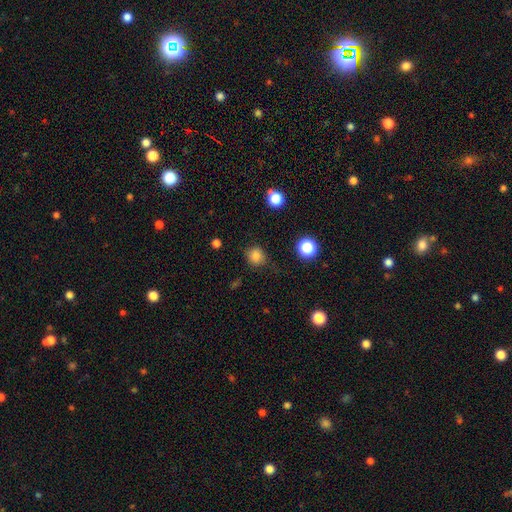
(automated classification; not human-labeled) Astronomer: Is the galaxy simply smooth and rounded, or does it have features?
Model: smooth — 83%.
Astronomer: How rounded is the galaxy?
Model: round — 85%.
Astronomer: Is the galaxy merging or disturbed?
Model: none — 78%.